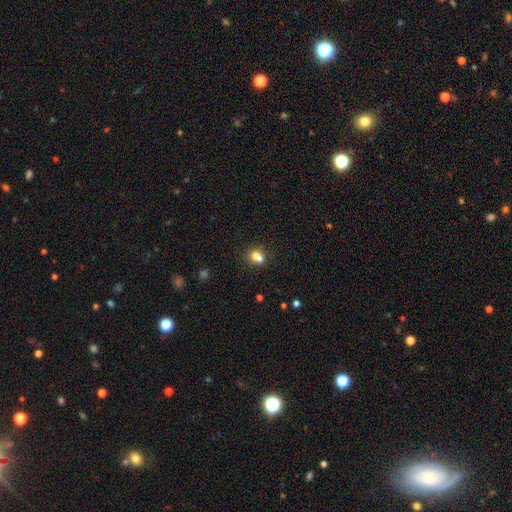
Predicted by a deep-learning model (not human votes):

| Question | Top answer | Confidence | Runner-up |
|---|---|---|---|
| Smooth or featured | smooth | 72% | featured or disk (15%) |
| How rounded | round | 57% | in between (42%) |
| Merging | merger | 51% | none (36%) |